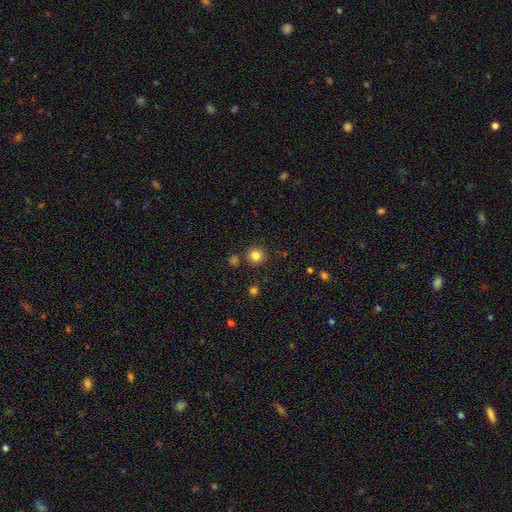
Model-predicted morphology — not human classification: smooth 83%, star or artifact 12%, featured or disk 5%. Down the decision tree: how rounded — round (93%); merging — none (85%).